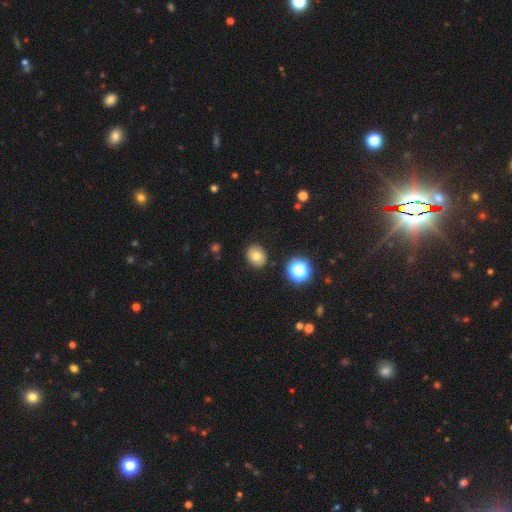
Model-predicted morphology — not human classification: Smooth or featured: smooth — 75% (star or artifact — 13%)
How rounded: round — 63% (in between — 36%)
Merging: none — 89% (minor disturbance — 8%)